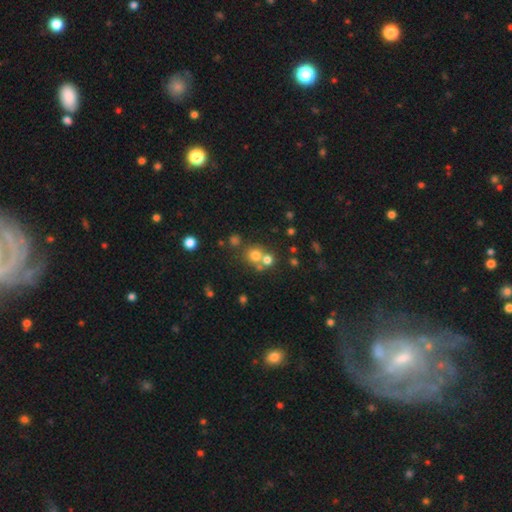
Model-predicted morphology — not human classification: A smooth galaxy with no disk features (70%) that is round (88%).

Vote fractions:
- Smooth or featured? smooth: 70% / star or artifact: 18% / featured or disk: 12%
- How rounded? round: 88% / in between: 11% / cigar-shaped: 1%
- Merging? none: 54% / merger: 35% / minor disturbance: 7% / major disturbance: 4%